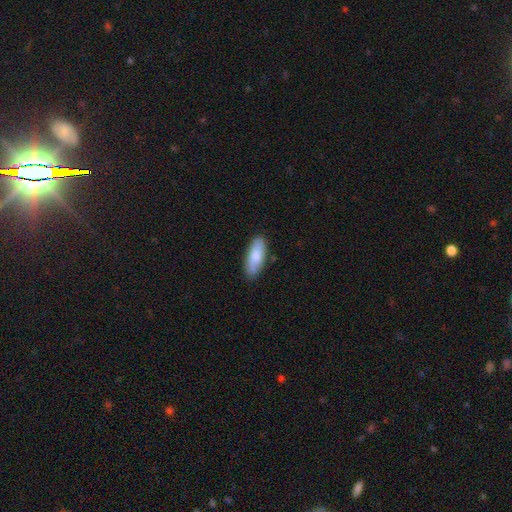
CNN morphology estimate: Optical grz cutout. It shows a smooth galaxy with no disk features (81%) that is in between round and cigar-shaped (71%). Merging: none (85%).